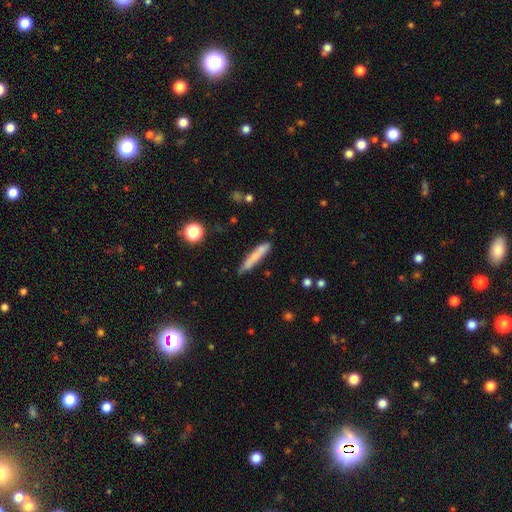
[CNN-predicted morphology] smooth_or_featured: smooth (p=0.74) [alt: featured or disk p=0.19]
how_rounded: cigar-shaped (p=0.93) [alt: in between p=0.06]
merging: none (p=0.81) [alt: minor disturbance p=0.14]